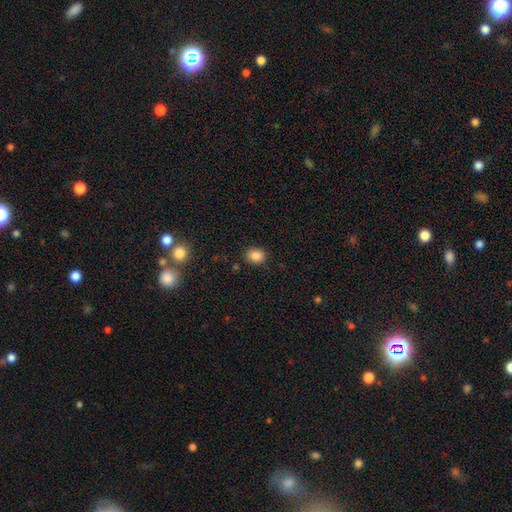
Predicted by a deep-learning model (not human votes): smooth_or_featured: smooth (p=0.86) [alt: star or artifact p=0.10]
how_rounded: round (p=0.54) [alt: in between p=0.45]
merging: none (p=0.86) [alt: minor disturbance p=0.09]